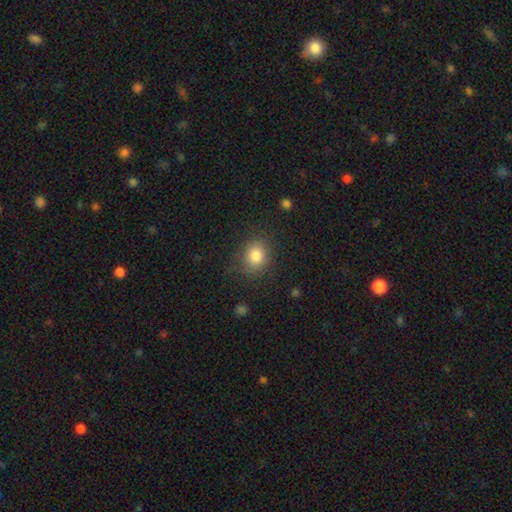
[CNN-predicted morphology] Smooth or featured?
  - smooth: 83% *
  - star or artifact: 10%
  - featured or disk: 7%
How rounded?
  - round: 65% *
  - in between: 34%
  - cigar-shaped: 1%
Merging?
  - none: 79% *
  - minor disturbance: 14%
  - major disturbance: 5%
  - merger: 1%